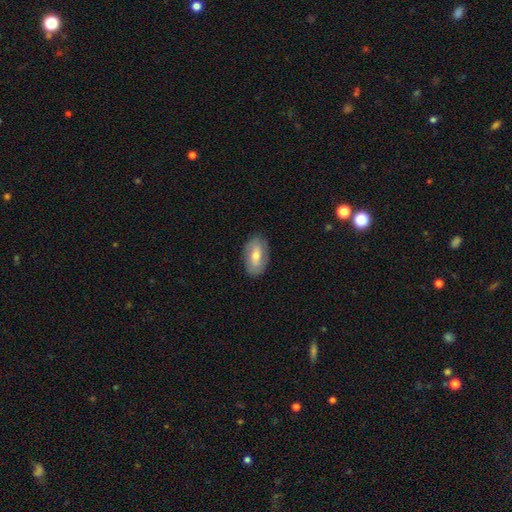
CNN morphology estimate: Smooth or featured? Predicted: smooth (p=0.59). How rounded? Predicted: in between (p=0.91). Merging? Predicted: none (p=0.84).